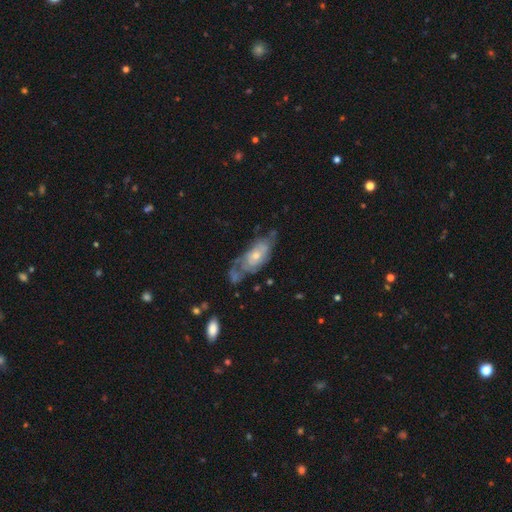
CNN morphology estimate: type=featured or disk (62%); edge-on=no (90%); bar=no (80%); spiral arms=yes (66%); bulge=small (48%); merging=none (37%).